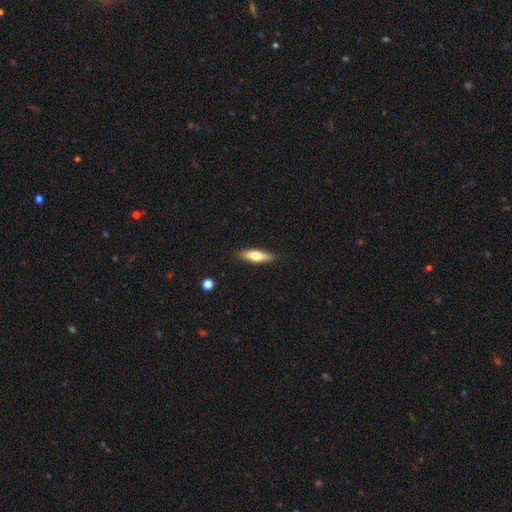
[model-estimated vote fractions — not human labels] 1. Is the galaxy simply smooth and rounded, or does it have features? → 62% smooth, 32% featured or disk, 6% star or artifact.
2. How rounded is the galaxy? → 63% cigar-shaped, 35% in between, 2% round.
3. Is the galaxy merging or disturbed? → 87% none, 10% minor disturbance, 2% major disturbance, 1% merger.